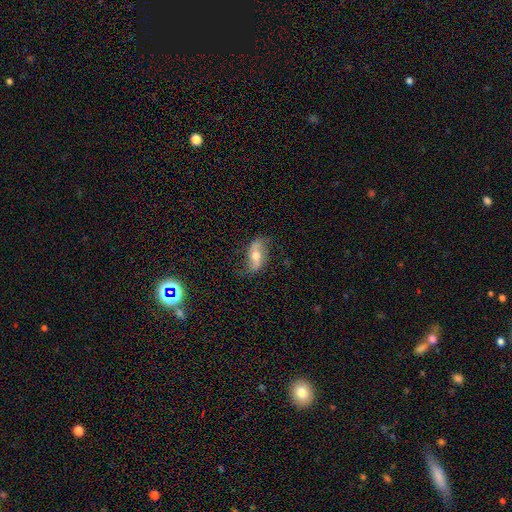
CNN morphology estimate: smooth-or-featured: featured or disk: 63% | smooth: 29% | star or artifact: 8%
  disk-edge-on: no: 89% | yes: 11%
    bar: no: 38% | weak: 34% | strong: 28%
    has-spiral-arms: yes: 84% | no: 16%
    bulge-size: moderate: 71% | small: 16% | large: 9% | none: 2% | dominant: 1%
  merging: none: 74% | minor disturbance: 18% | major disturbance: 7% | merger: 1%